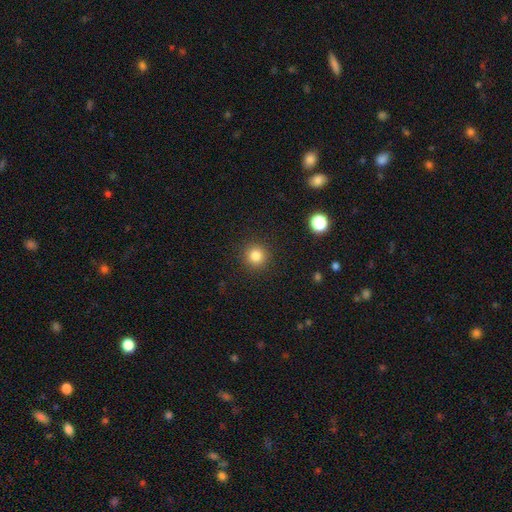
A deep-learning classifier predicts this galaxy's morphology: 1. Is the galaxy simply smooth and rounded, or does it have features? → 83% smooth, 12% star or artifact, 5% featured or disk.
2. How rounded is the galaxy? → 94% round, 5% in between, 1% cigar-shaped.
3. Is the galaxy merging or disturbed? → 91% none, 6% minor disturbance, 2% major disturbance, 1% merger.